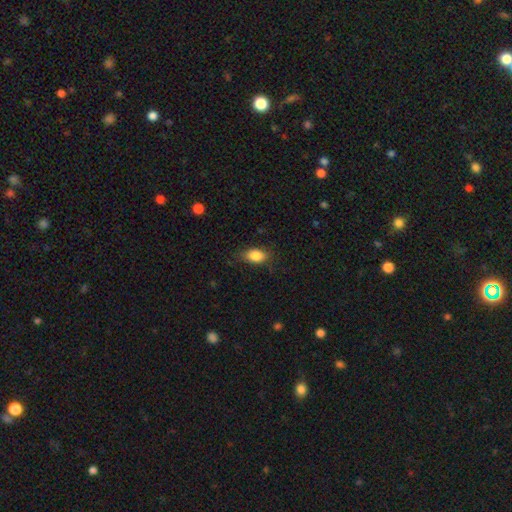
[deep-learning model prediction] smooth_or_featured: smooth (p=0.85) [alt: star or artifact p=0.08]
how_rounded: in between (p=0.83) [alt: round p=0.13]
merging: none (p=0.76) [alt: minor disturbance p=0.19]